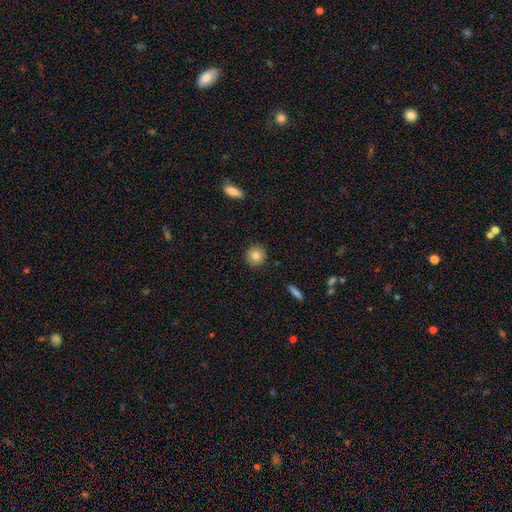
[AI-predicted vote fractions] Smooth or featured: smooth — 81% (featured or disk — 10%)
How rounded: round — 93% (in between — 6%)
Merging: none — 91% (minor disturbance — 6%)